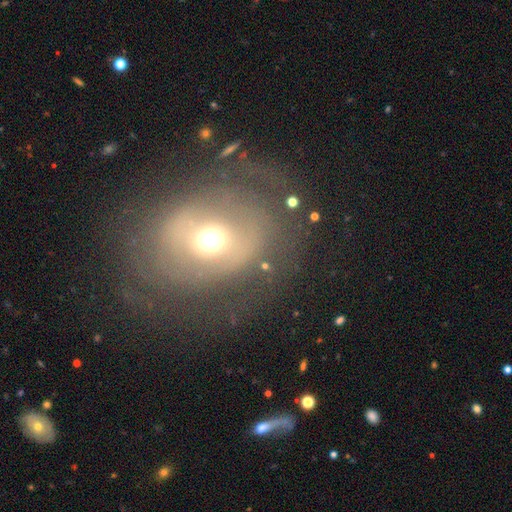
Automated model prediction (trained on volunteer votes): Morphology: type=featured or disk (55%); edge-on=no (94%); bar=no (51%); spiral arms=no (62%); bulge=moderate (66%); merging=none (70%).